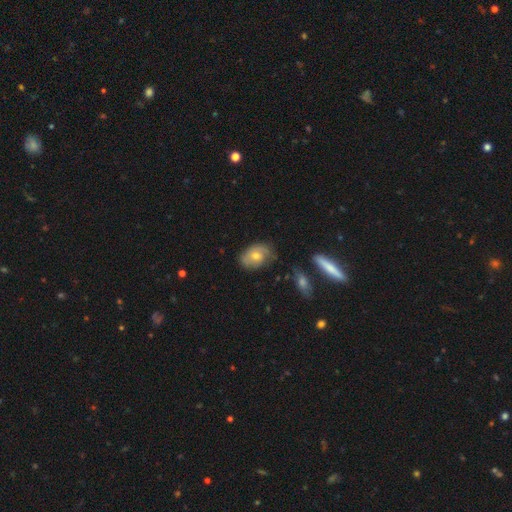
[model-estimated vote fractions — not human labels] smooth 47%, featured or disk 46%, star or artifact 8%. Down the decision tree: merging — none (61%).